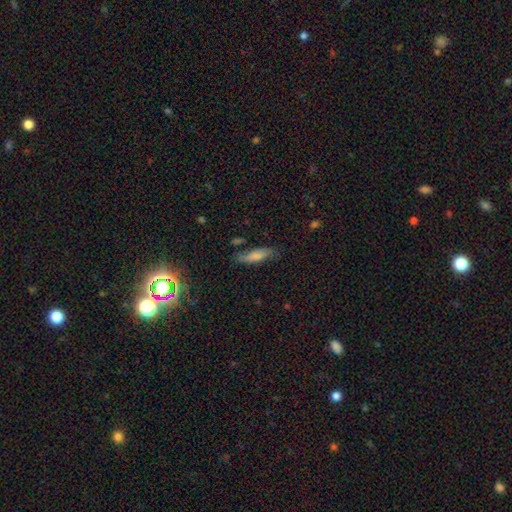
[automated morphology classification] A smooth galaxy with no disk features (73%) that is cigar-shaped (57%). Merging: none (67%).